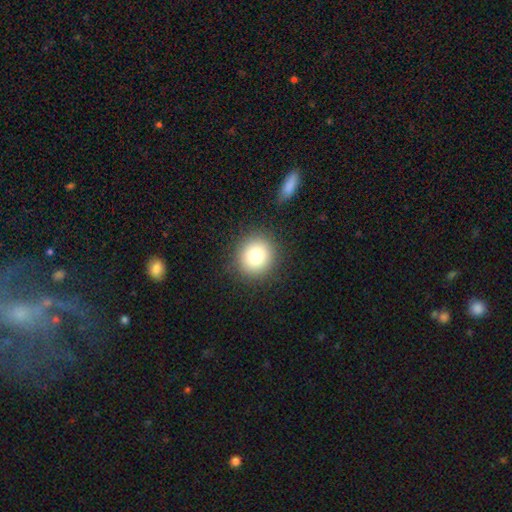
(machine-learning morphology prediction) A smooth galaxy with no disk features (82%) that is round (87%).

Vote fractions:
- Smooth or featured? smooth: 82% / star or artifact: 10% / featured or disk: 8%
- How rounded? round: 87% / in between: 13% / cigar-shaped: 1%
- Merging? none: 88% / minor disturbance: 7% / major disturbance: 3% / merger: 1%